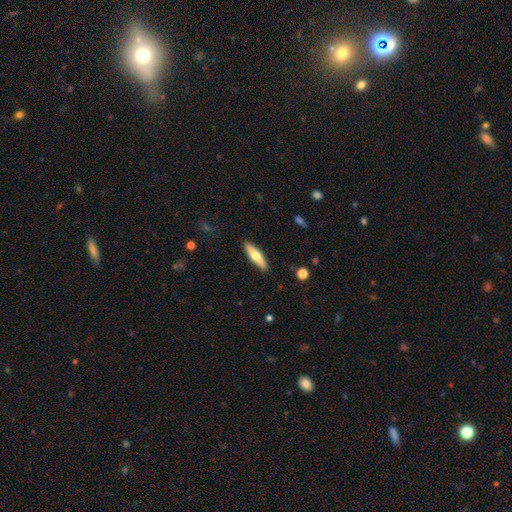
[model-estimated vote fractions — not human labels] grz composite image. It shows a smooth galaxy with no disk features (61%) that is cigar-shaped (70%). Merging: none (90%).